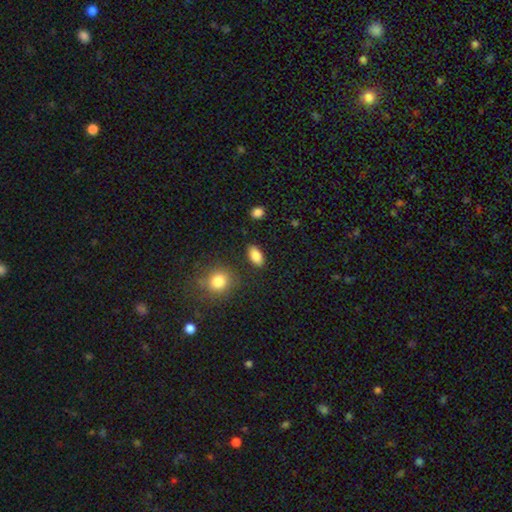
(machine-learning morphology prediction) Smooth or featured? Predicted: smooth (p=0.87). How rounded? Predicted: in between (p=0.91). Merging? Predicted: none (p=0.86).